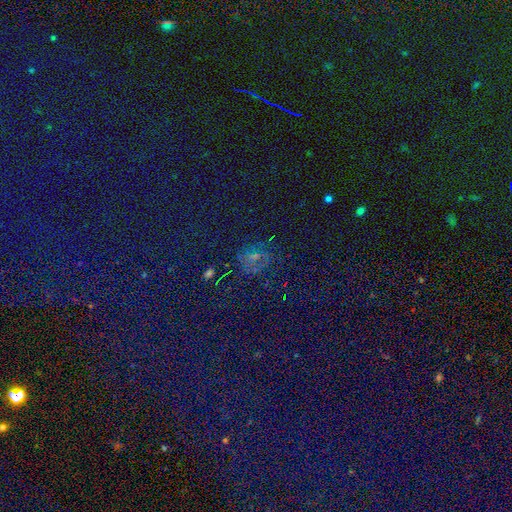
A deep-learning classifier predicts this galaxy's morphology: Smooth or featured: star or artifact — 58% (smooth — 28%)